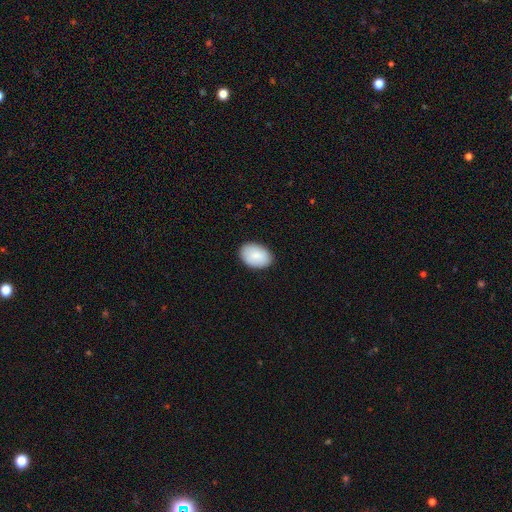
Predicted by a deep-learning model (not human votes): Smooth or featured? Predicted: smooth (p=0.88). How rounded? Predicted: in between (p=0.87). Merging? Predicted: none (p=0.88).